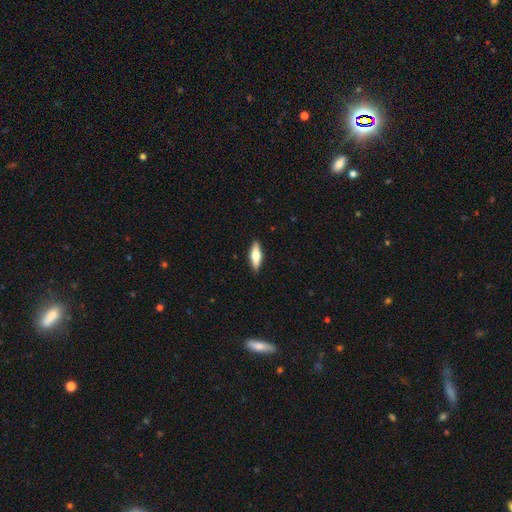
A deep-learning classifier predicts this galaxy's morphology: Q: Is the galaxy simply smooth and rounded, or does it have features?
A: smooth — 49%.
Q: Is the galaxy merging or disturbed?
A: none — 91%.